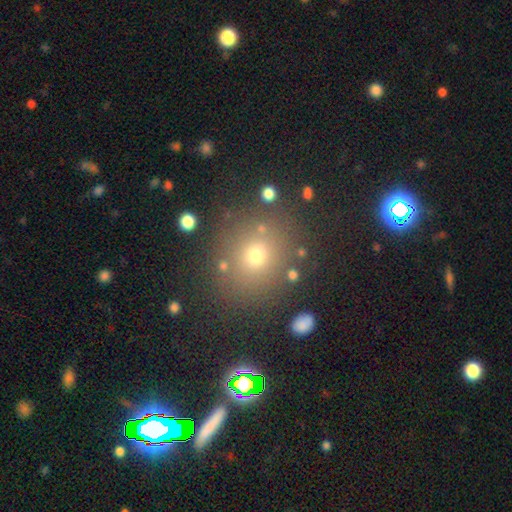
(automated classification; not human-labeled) Q: Smooth or featured?
A: smooth (65%); runner-up: star or artifact (24%)
Q: How rounded?
A: round (81%); runner-up: in between (18%)
Q: Merging?
A: none (83%); runner-up: minor disturbance (9%)